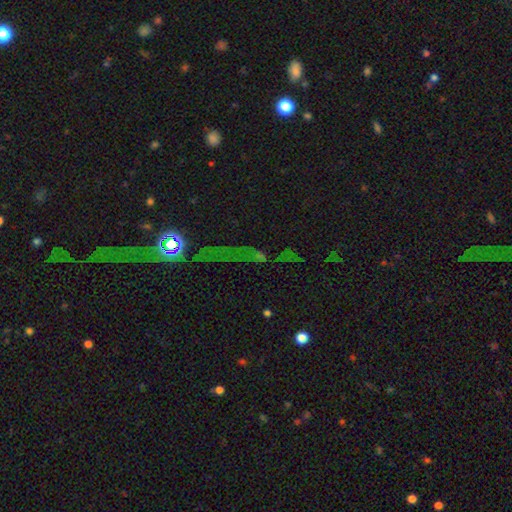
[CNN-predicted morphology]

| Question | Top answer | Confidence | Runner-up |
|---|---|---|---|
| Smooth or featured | star or artifact | 68% | smooth (17%) |